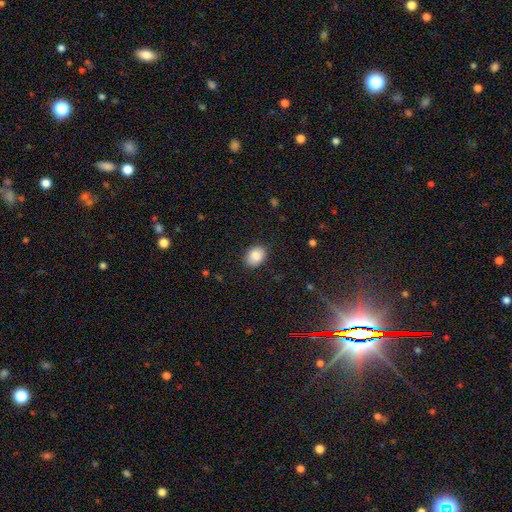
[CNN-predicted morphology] The model was most divided on "how rounded": in between: 69%, round: 30%, cigar-shaped: 1%. More confident: smooth or featured — smooth (87%); merging — none (83%).